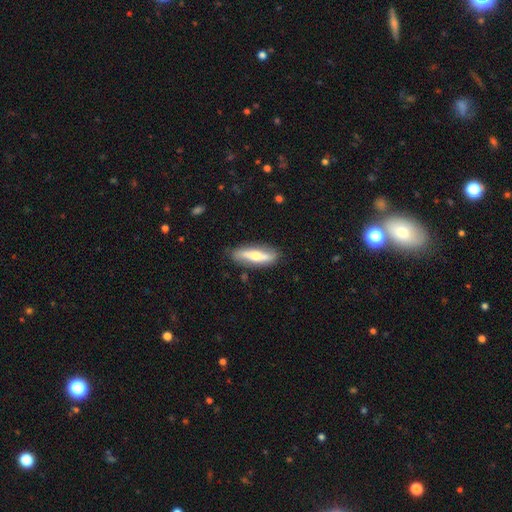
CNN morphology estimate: This is possibly a featured or disk galaxy (51%). It is possibly viewed edge-on (58%). Merging: clearly none (83%).